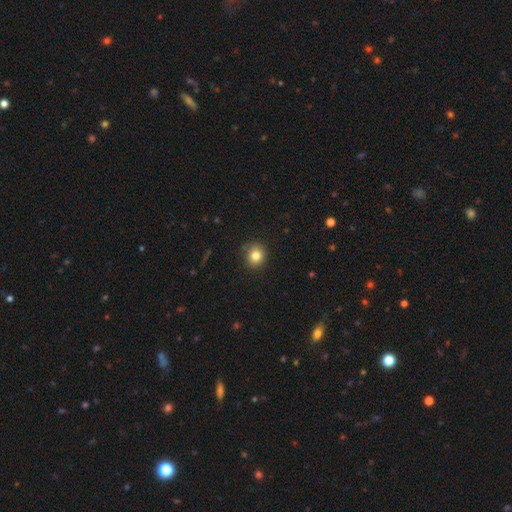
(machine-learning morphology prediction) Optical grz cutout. It shows a smooth galaxy with no disk features (82%) that is round (82%). Merging: none (86%).